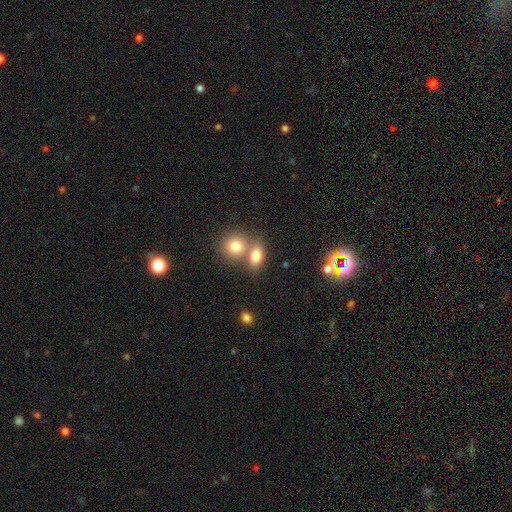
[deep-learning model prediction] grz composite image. It shows a smooth galaxy with no disk features (78%) that is in between round and cigar-shaped (72%). Merging: merger (46%).